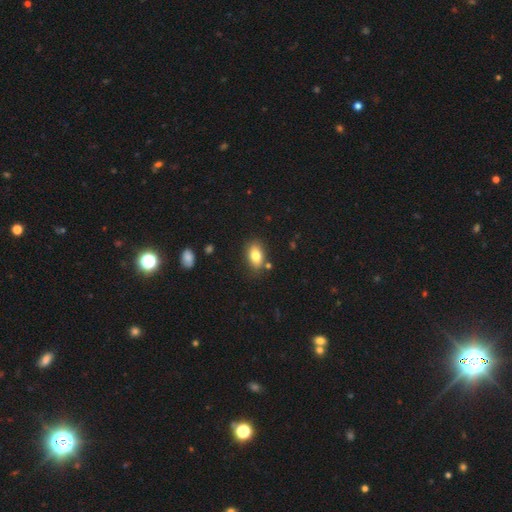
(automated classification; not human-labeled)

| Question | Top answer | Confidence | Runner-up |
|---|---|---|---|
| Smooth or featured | smooth | 80% | featured or disk (12%) |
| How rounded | in between | 87% | round (11%) |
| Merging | none | 81% | minor disturbance (12%) |